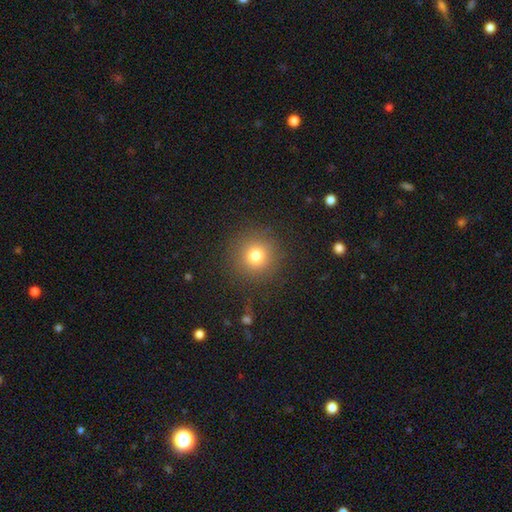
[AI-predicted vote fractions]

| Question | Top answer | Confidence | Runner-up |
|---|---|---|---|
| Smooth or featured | smooth | 77% | star or artifact (15%) |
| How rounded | round | 94% | in between (5%) |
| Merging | none | 88% | minor disturbance (7%) |